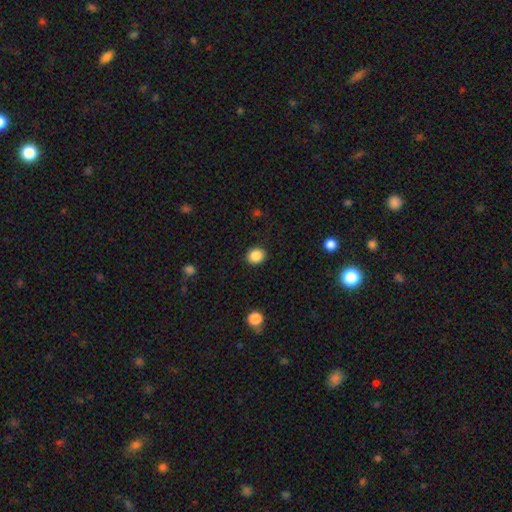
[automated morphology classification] Q: Smooth or featured?
A: smooth (88%); runner-up: star or artifact (9%)
Q: How rounded?
A: round (72%); runner-up: in between (27%)
Q: Merging?
A: none (90%); runner-up: minor disturbance (7%)